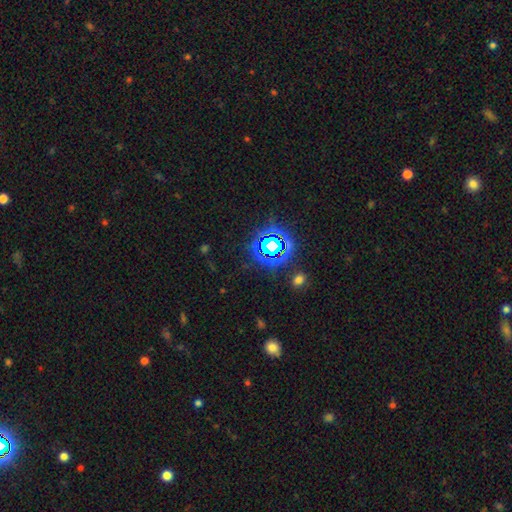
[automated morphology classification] The model was most divided on "smooth or featured": star or artifact: 70%, smooth: 23%, featured or disk: 8%.